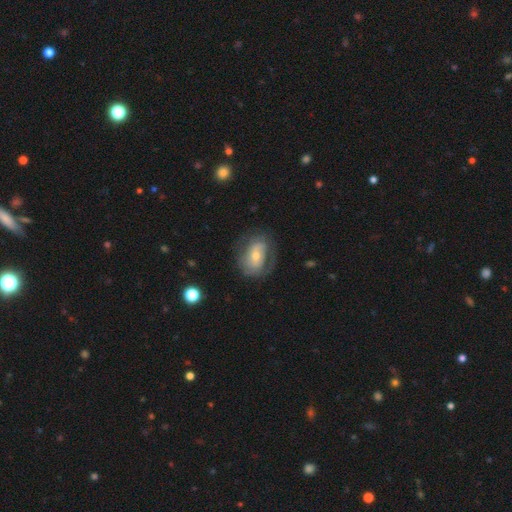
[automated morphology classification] Q: Smooth or featured?
A: featured or disk (60%); runner-up: smooth (33%)
Q: Edge-on disk?
A: no (95%); runner-up: yes (5%)
Q: Bar?
A: no (60%); runner-up: weak (30%)
Q: Spiral arms?
A: yes (70%); runner-up: no (30%)
Q: Bulge size?
A: moderate (50%); runner-up: small (45%)
Q: Merging?
A: none (59%); runner-up: minor disturbance (23%)